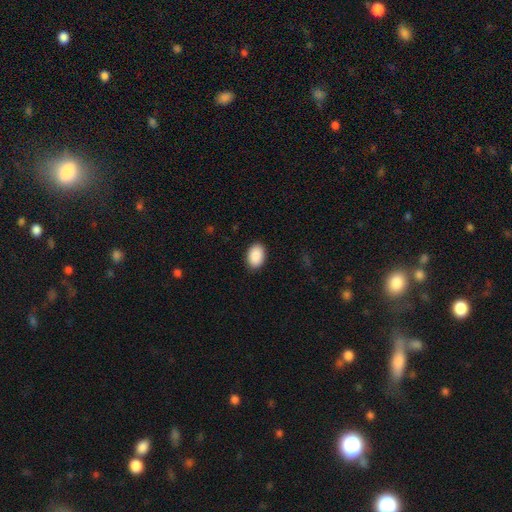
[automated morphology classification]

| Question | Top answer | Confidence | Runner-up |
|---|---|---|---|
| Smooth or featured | smooth | 91% | star or artifact (6%) |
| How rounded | in between | 89% | round (10%) |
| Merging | none | 89% | minor disturbance (8%) |